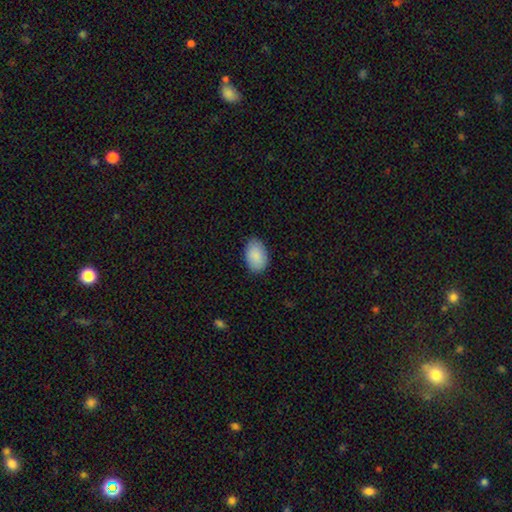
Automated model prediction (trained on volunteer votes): Q: Smooth or featured?
A: smooth (90%); runner-up: star or artifact (6%)
Q: How rounded?
A: in between (91%); runner-up: round (8%)
Q: Merging?
A: none (83%); runner-up: minor disturbance (14%)